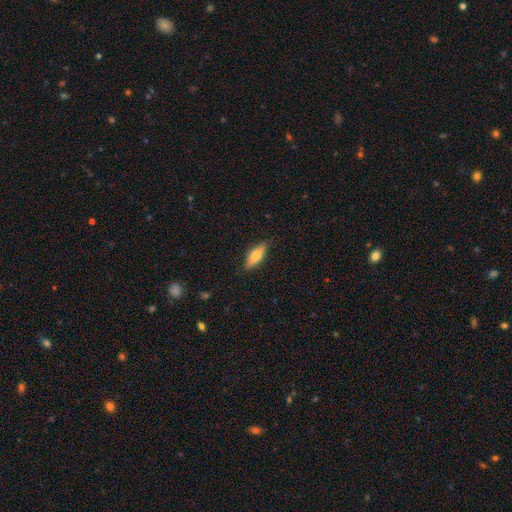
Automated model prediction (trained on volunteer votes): This is likely a smooth galaxy (68%). How rounded: likely in between (62%). Merging: clearly none (82%).